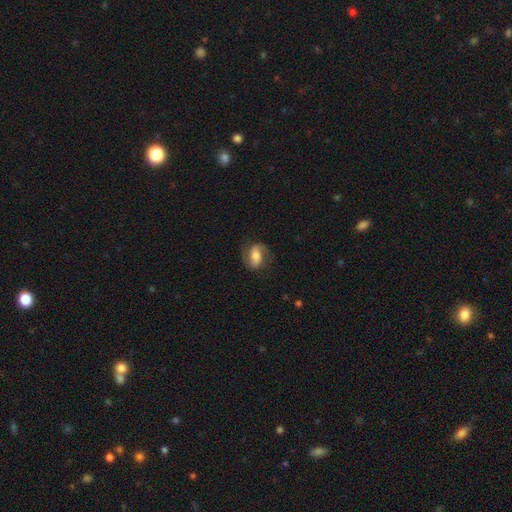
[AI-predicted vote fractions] Smooth or featured? featured or disk (65%)
Edge-on disk? no (96%)
Bar? strong (36%)
Spiral arms? yes (90%)
Spiral winding? medium (47%)
Spiral arm count? 2 (89%)
Bulge size? moderate (53%)
Merging? none (74%)